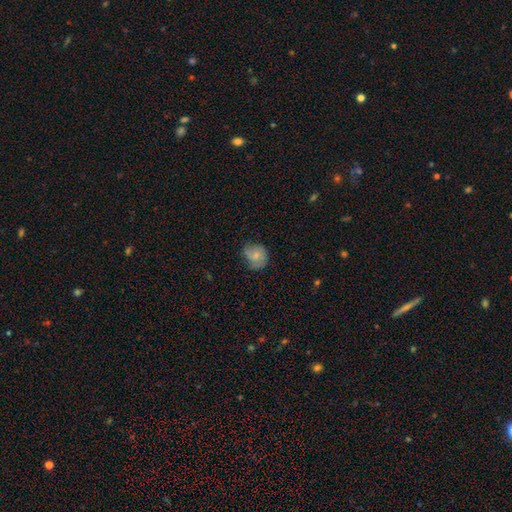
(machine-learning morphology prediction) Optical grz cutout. It shows a smooth galaxy with no disk features (69%) that is round (69%). Merging: none (59%).